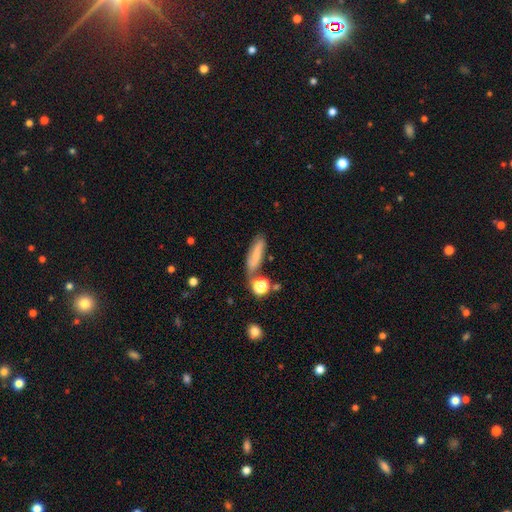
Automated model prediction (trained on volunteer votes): Smooth or featured: smooth — 61% (featured or disk — 29%)
How rounded: cigar-shaped — 53% (in between — 41%)
Merging: none — 58% (minor disturbance — 22%)